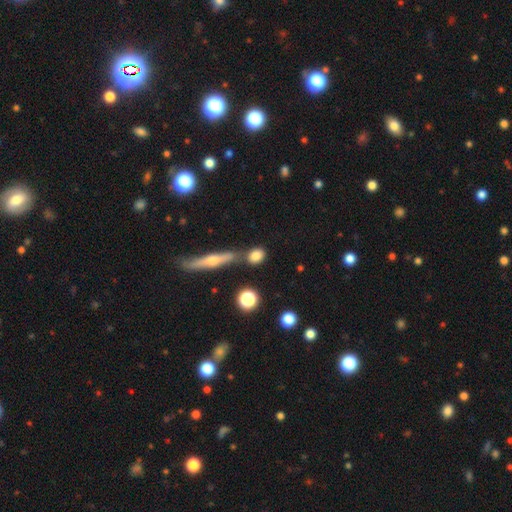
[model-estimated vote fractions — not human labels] This is likely a smooth galaxy (78%). How rounded: possibly round (49%). Merging: likely none (69%).